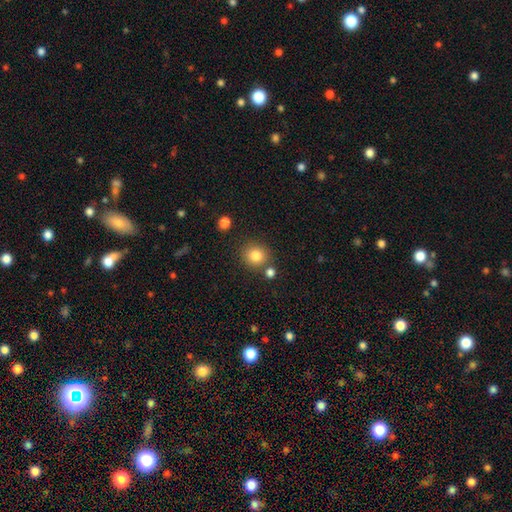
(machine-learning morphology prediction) This is clearly a smooth galaxy (83%). How rounded: clearly round (88%). Merging: likely none (80%).